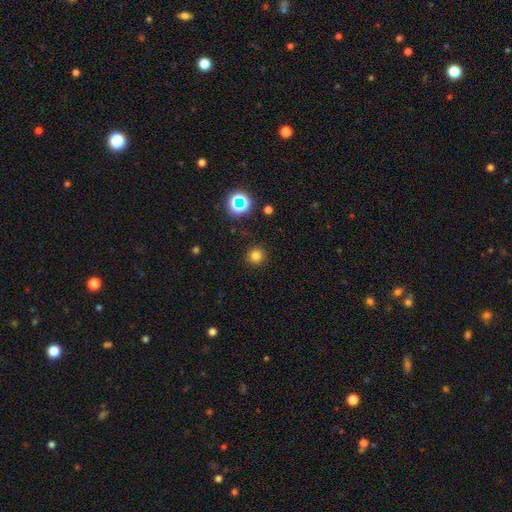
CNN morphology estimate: Smooth or featured?
  - smooth: 77% *
  - star or artifact: 18%
  - featured or disk: 6%
How rounded?
  - round: 95% *
  - in between: 4%
  - cigar-shaped: 1%
Merging?
  - none: 90% *
  - minor disturbance: 6%
  - major disturbance: 2%
  - merger: 1%